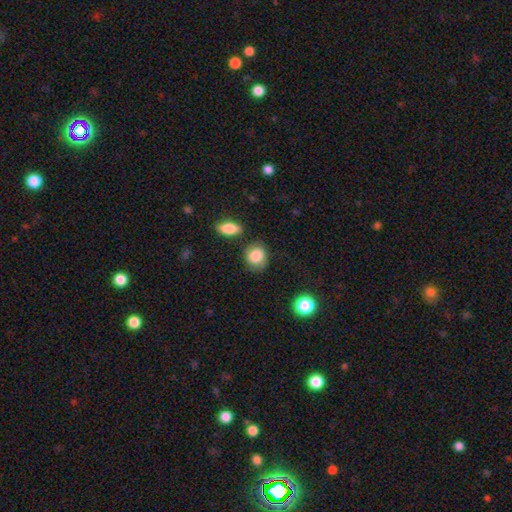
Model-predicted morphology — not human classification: A smooth galaxy with no disk features (81%) that is round (66%). Merging: none (70%).